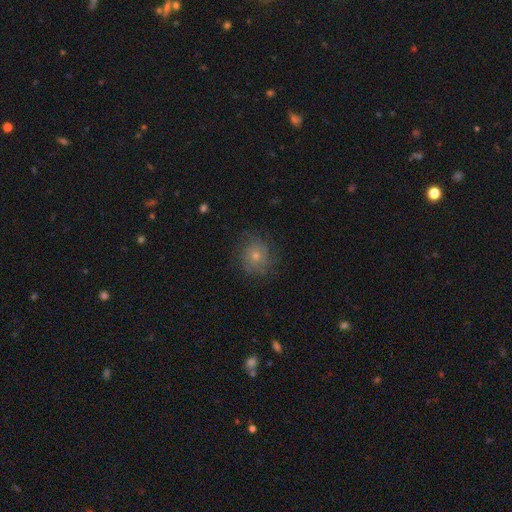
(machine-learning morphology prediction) A smooth galaxy with no disk features (50%) that is round (86%). Merging: none (80%).